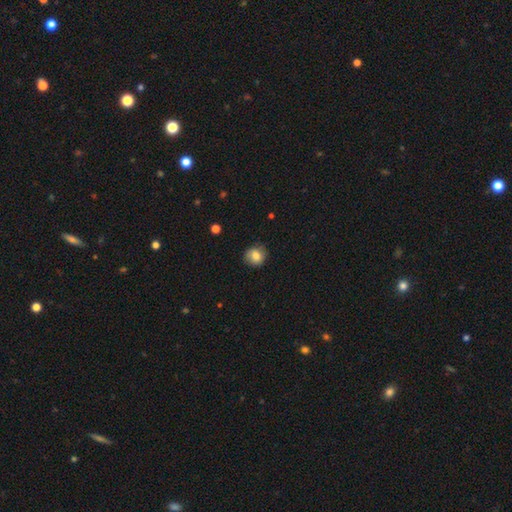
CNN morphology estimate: A smooth galaxy with no disk features (79%) that is round (80%). Merging: none (80%).